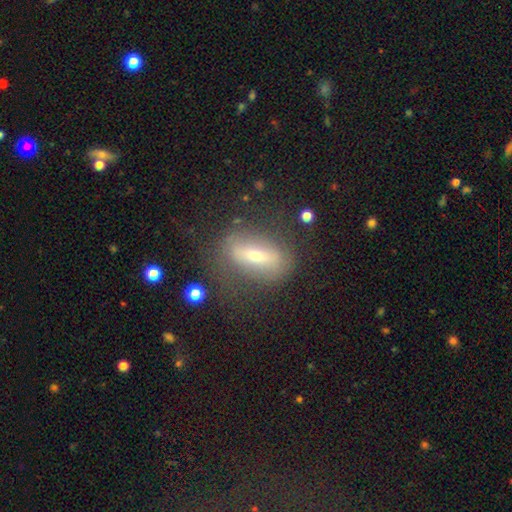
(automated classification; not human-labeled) The model was most divided on "smooth or featured": featured or disk: 46%, smooth: 45%, star or artifact: 9%. More confident: merging — none (66%).